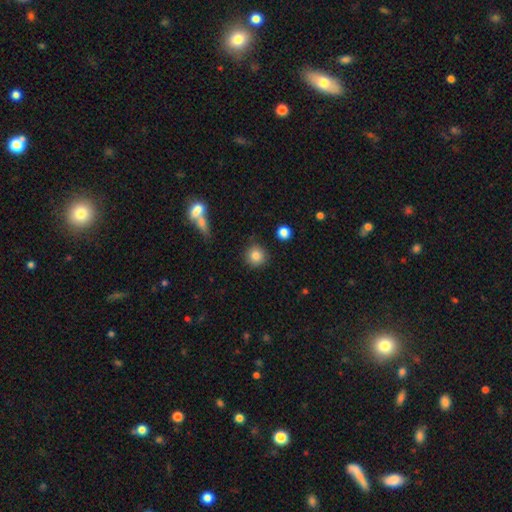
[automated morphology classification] A smooth galaxy with no disk features (84%) that is round (92%).

Vote fractions:
- Smooth or featured? smooth: 84% / star or artifact: 10% / featured or disk: 7%
- How rounded? round: 92% / in between: 7% / cigar-shaped: 1%
- Merging? none: 86% / minor disturbance: 8% / merger: 3% / major disturbance: 2%